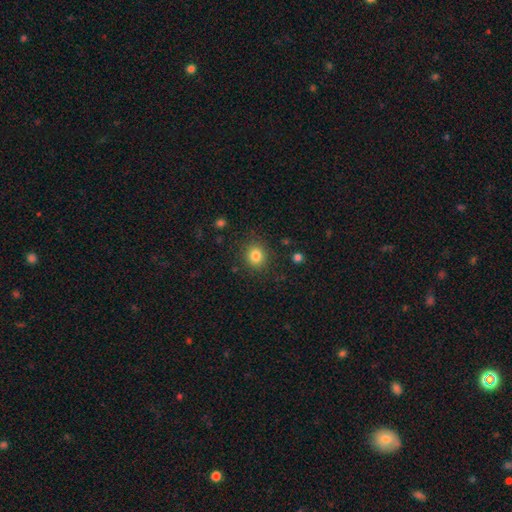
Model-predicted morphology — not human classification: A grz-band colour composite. It shows a smooth galaxy with no disk features (83%) that is round (85%). Merging: none (88%).